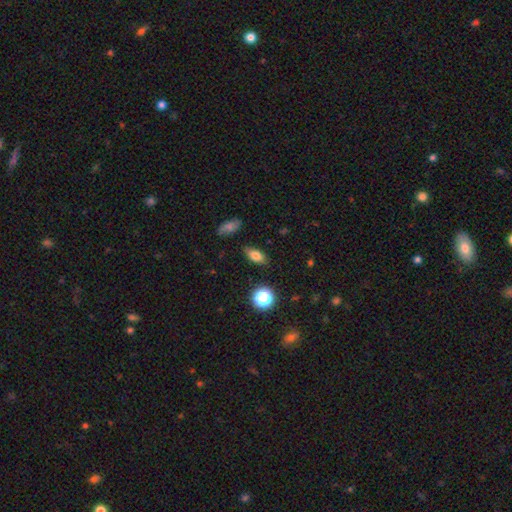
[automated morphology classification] A smooth galaxy with no disk features (75%) that is in between round and cigar-shaped (80%). Merging: none (85%).